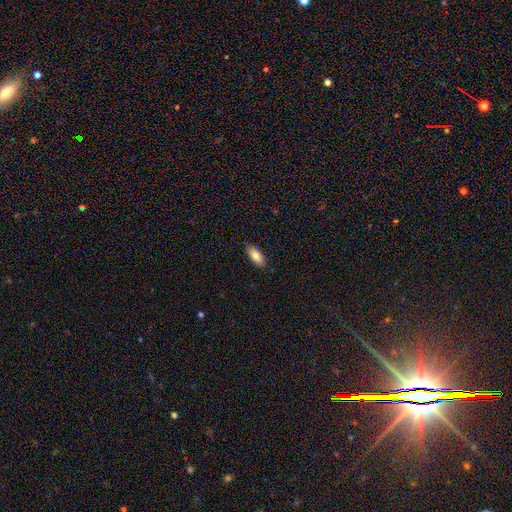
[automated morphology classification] A smooth galaxy with no disk features (84%) that is in between round and cigar-shaped (83%).

Vote fractions:
- Smooth or featured? smooth: 84% / featured or disk: 9% / star or artifact: 6%
- How rounded? in between: 83% / cigar-shaped: 15% / round: 2%
- Merging? none: 88% / minor disturbance: 9% / major disturbance: 2% / merger: 1%